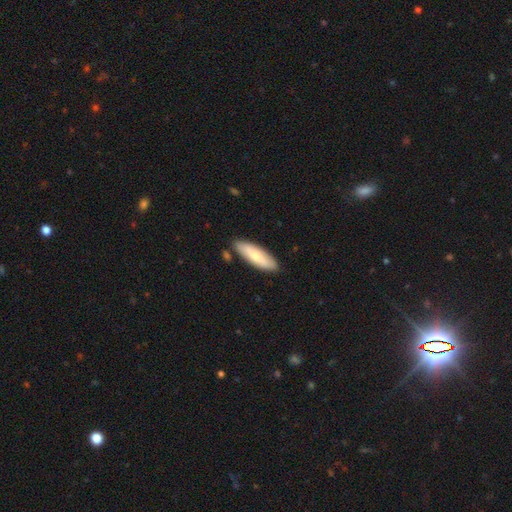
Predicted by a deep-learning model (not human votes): smooth_or_featured: smooth (p=0.68) [alt: featured or disk p=0.27]
how_rounded: cigar-shaped (p=0.49) [tied with: in between p=0.49]
merging: none (p=0.84) [alt: minor disturbance p=0.11]